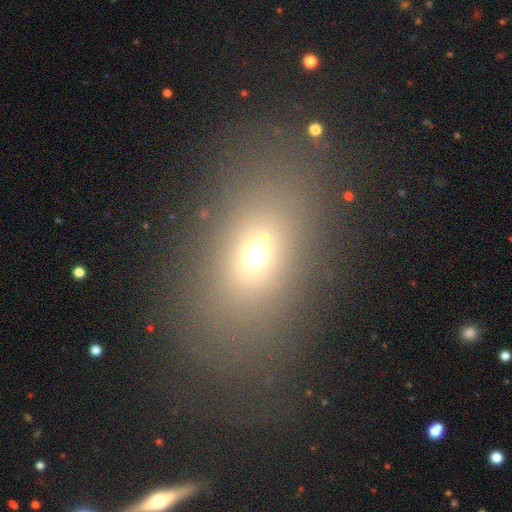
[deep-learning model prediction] Smooth or featured? Predicted: smooth (p=0.64). How rounded? Predicted: in between (p=0.73). Merging? Predicted: none (p=0.75).